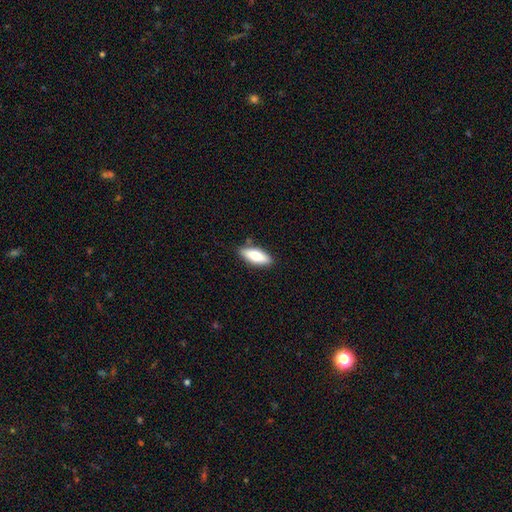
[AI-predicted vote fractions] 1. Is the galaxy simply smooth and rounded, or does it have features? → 73% smooth, 21% featured or disk, 6% star or artifact.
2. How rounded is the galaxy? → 72% in between, 26% cigar-shaped, 2% round.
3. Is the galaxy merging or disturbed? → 85% none, 11% minor disturbance, 2% major disturbance, 2% merger.